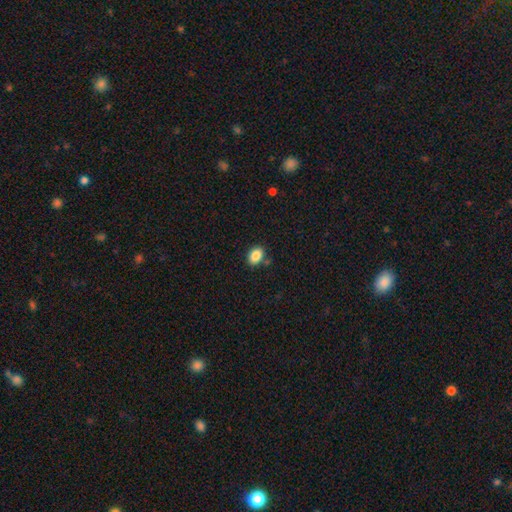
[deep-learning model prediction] A smooth galaxy with no disk features (87%) that is in between round and cigar-shaped (79%). Merging: none (81%).